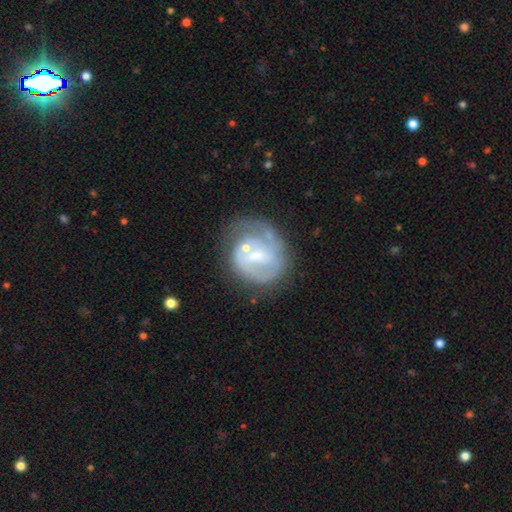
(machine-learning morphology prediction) Smooth or featured: featured or disk — 68% (smooth — 25%)
Edge-on disk: no — 98% (yes — 2%)
Bar: weak — 45% (no — 40%)
Spiral arms: yes — 69% (no — 31%)
Bulge size: small — 45% (moderate — 36%)
Merging: none — 48% (minor disturbance — 22%)